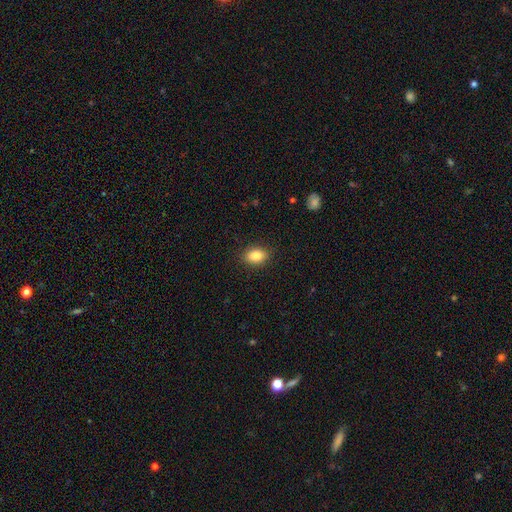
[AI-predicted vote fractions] Smooth or featured?
  - smooth: 85% *
  - star or artifact: 9%
  - featured or disk: 6%
How rounded?
  - in between: 78% *
  - round: 21%
  - cigar-shaped: 1%
Merging?
  - none: 89% *
  - minor disturbance: 8%
  - major disturbance: 2%
  - merger: 1%